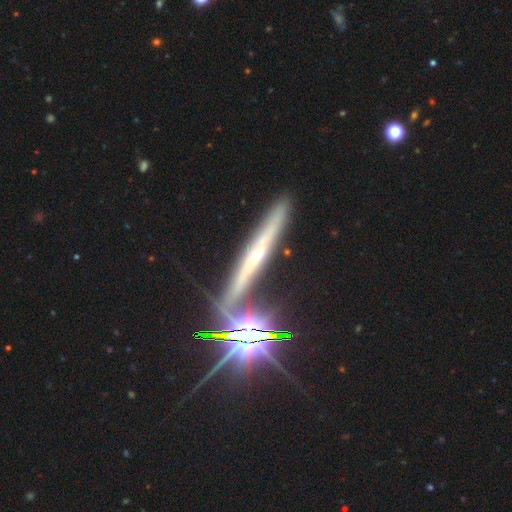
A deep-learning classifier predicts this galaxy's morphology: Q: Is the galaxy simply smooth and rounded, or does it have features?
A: featured or disk — 60%.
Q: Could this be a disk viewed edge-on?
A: yes — 91%.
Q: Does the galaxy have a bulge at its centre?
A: rounded — 63%.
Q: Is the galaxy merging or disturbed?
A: none — 80%.